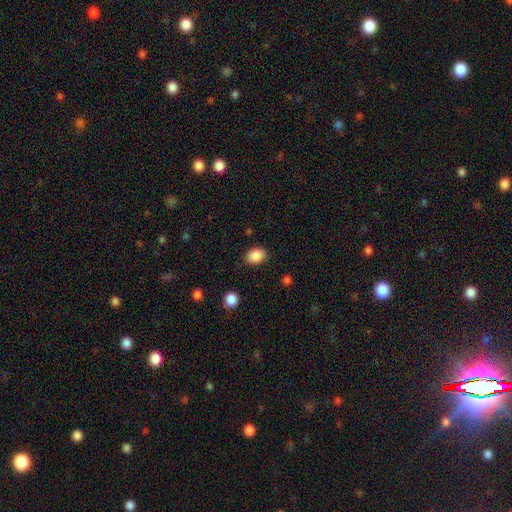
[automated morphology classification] The model was most divided on "how rounded": in between: 68%, round: 31%, cigar-shaped: 1%. More confident: smooth or featured — smooth (88%); merging — none (84%).